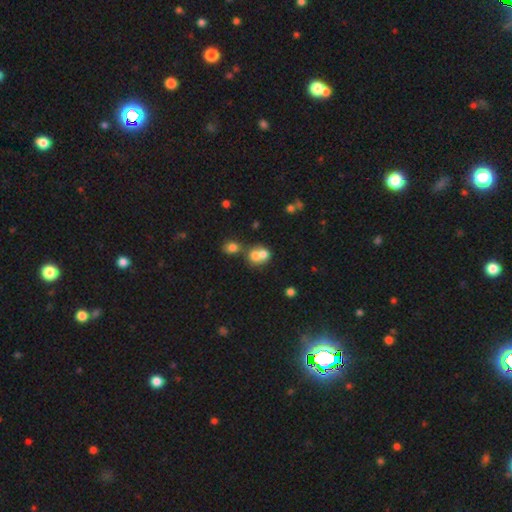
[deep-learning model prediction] A smooth galaxy with no disk features (68%) that is round (70%). Merging: merger (62%).